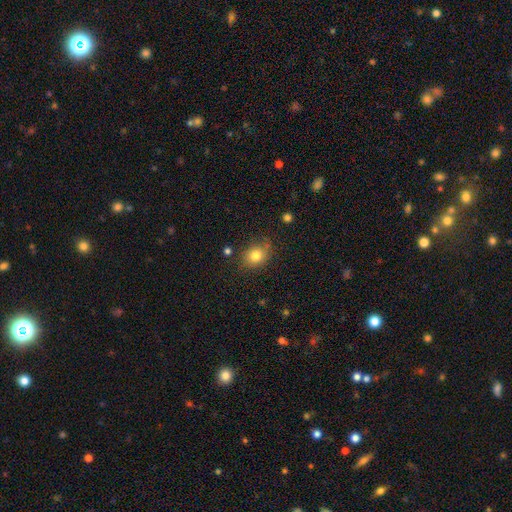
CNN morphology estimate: Smooth or featured? smooth (80%)
How rounded? round (52%)
Merging? none (76%)